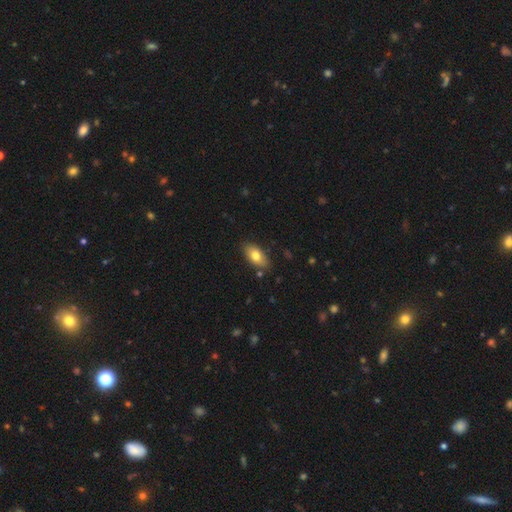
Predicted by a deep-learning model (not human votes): Smooth or featured? Predicted: smooth (p=0.77). How rounded? Predicted: in between (p=0.91). Merging? Predicted: none (p=0.83).